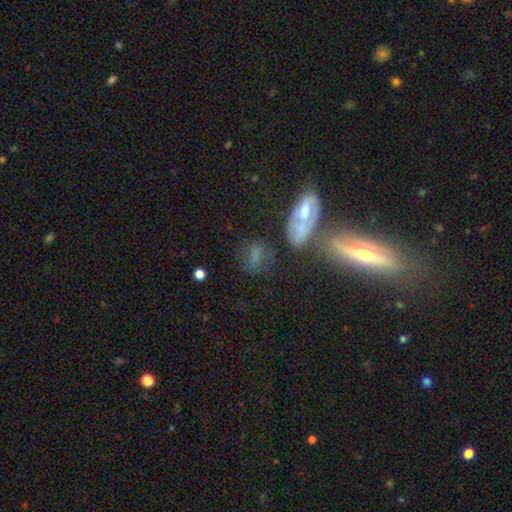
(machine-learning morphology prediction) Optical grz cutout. It shows a smooth galaxy with no disk features (59%) that is in between round and cigar-shaped (67%). Merging: none (47%).